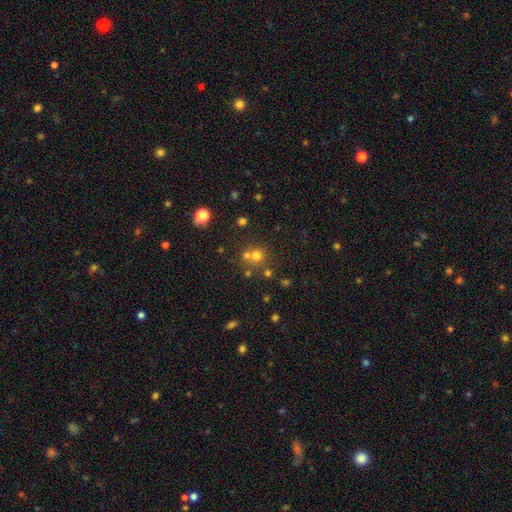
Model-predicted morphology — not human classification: This appears to be a smooth galaxy with no disk features (66%) that is round (88%). Merging: none (56%).